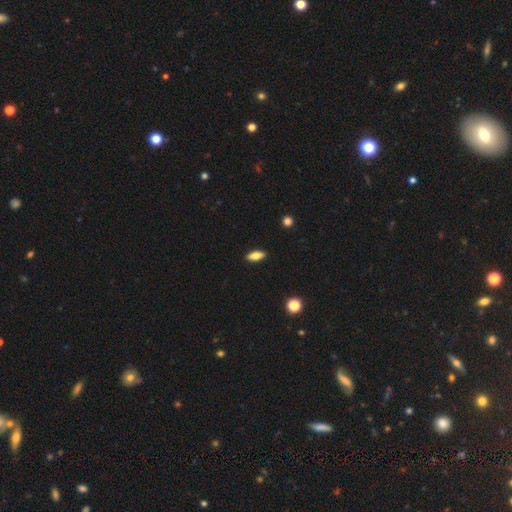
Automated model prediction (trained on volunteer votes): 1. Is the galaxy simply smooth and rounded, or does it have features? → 75% smooth, 18% featured or disk, 7% star or artifact.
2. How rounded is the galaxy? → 78% in between, 19% cigar-shaped, 3% round.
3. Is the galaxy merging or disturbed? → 90% none, 7% minor disturbance, 2% major disturbance, 1% merger.